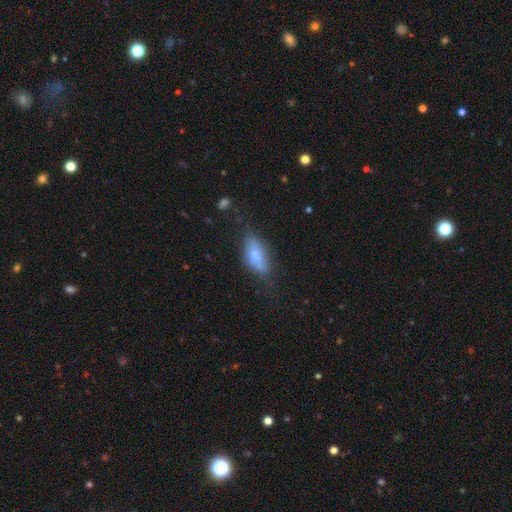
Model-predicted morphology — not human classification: This appears to be a smooth galaxy with no disk features (72%) that is in between round and cigar-shaped (84%). Merging: none (57%).